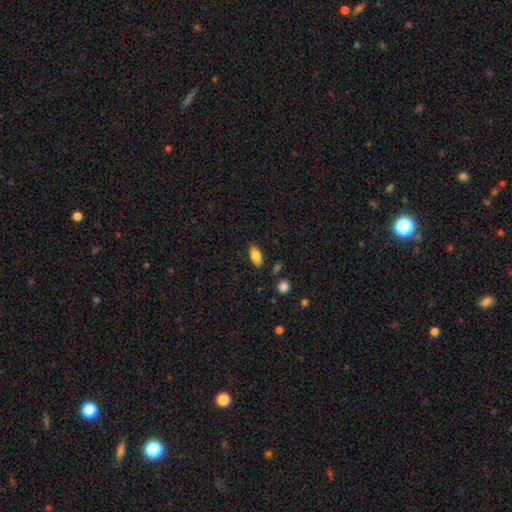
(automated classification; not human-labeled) Overall: smooth (81%). How rounded: in between (89%). Merging: none (84%).